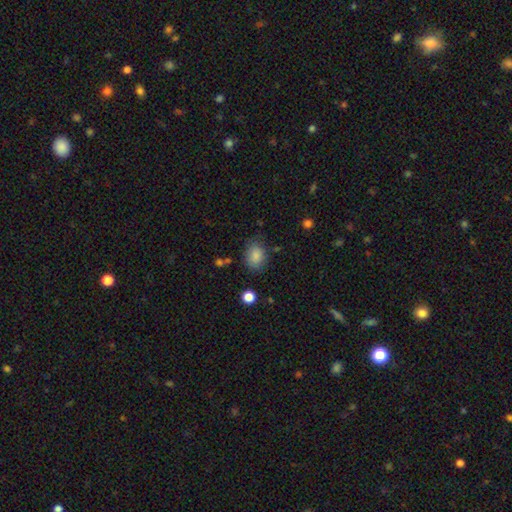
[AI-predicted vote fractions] Smooth or featured?
  - smooth: 86% *
  - star or artifact: 9%
  - featured or disk: 5%
How rounded?
  - in between: 61% *
  - round: 38%
  - cigar-shaped: 1%
Merging?
  - none: 73% *
  - minor disturbance: 19%
  - major disturbance: 5%
  - merger: 3%